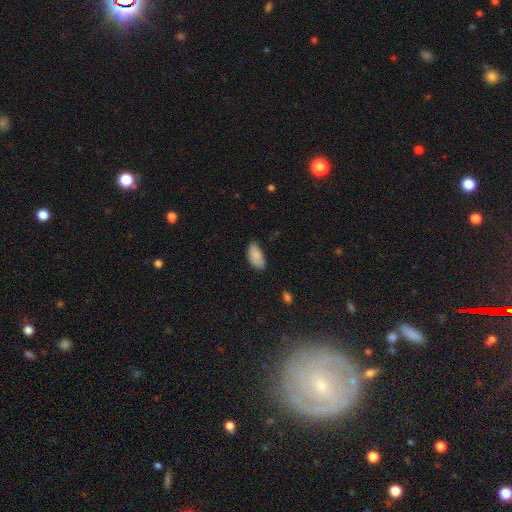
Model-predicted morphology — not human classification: The model was most divided on "merging": none: 73%, minor disturbance: 22%, major disturbance: 3%, merger: 1%. More confident: how rounded — in between (94%); smooth or featured — smooth (87%).